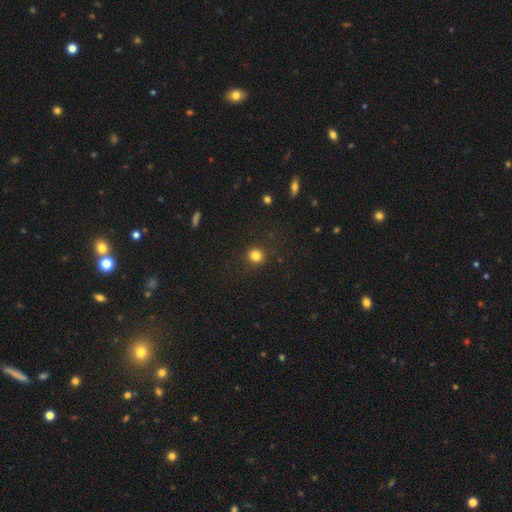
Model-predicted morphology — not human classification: A smooth galaxy with no disk features (82%) that is round (89%).

Vote fractions:
- Smooth or featured? smooth: 82% / star or artifact: 13% / featured or disk: 5%
- How rounded? round: 89% / in between: 10% / cigar-shaped: 1%
- Merging? none: 89% / minor disturbance: 7% / major disturbance: 3% / merger: 1%